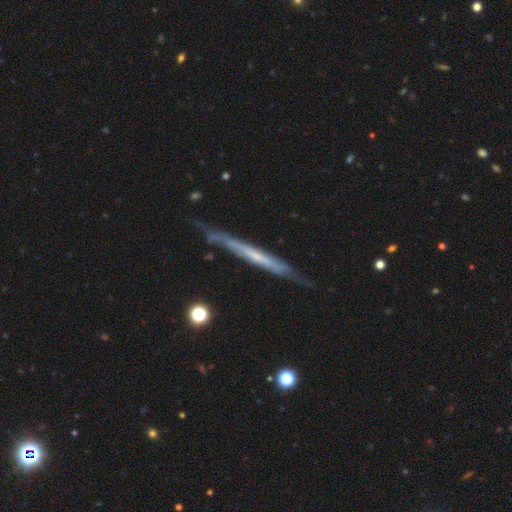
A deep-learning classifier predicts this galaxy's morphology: Smooth or featured? Predicted: featured or disk (p=0.68). Edge-on disk? Predicted: yes (p=0.88). Edge-on bulge? Predicted: none (p=0.79). Merging? Predicted: none (p=0.73).